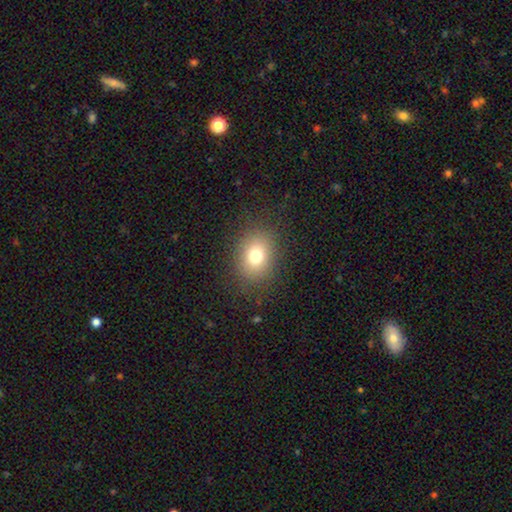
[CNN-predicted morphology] The model was most divided on "how rounded": in between: 52%, round: 47%, cigar-shaped: 1%. More confident: merging — none (84%); smooth or featured — smooth (76%).